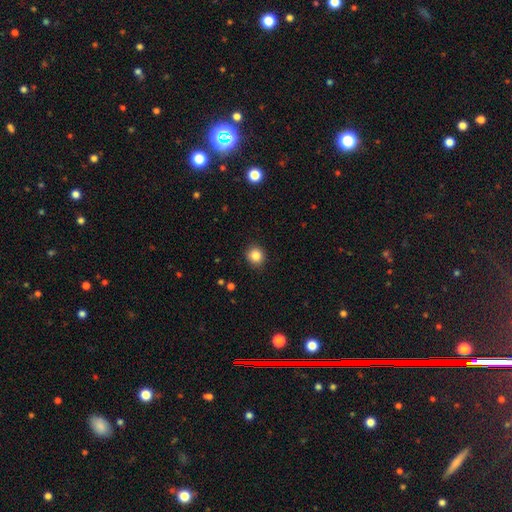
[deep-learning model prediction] smooth 85%, star or artifact 11%, featured or disk 5%. Down the decision tree: how rounded — round (87%); merging — none (89%).